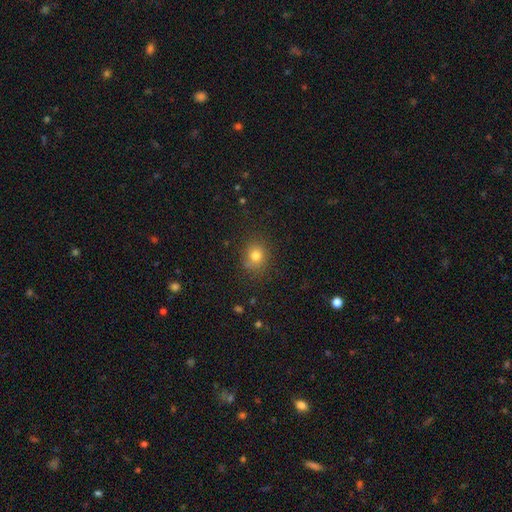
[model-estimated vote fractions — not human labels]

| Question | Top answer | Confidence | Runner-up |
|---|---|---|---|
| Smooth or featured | smooth | 78% | star or artifact (15%) |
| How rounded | round | 78% | in between (21%) |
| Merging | none | 80% | minor disturbance (13%) |